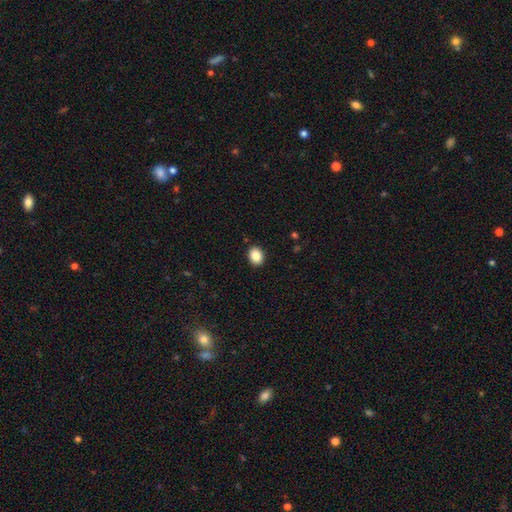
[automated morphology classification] Q: Smooth or featured?
A: smooth (87%); runner-up: star or artifact (9%)
Q: How rounded?
A: in between (59%); runner-up: round (41%)
Q: Merging?
A: none (90%); runner-up: minor disturbance (7%)